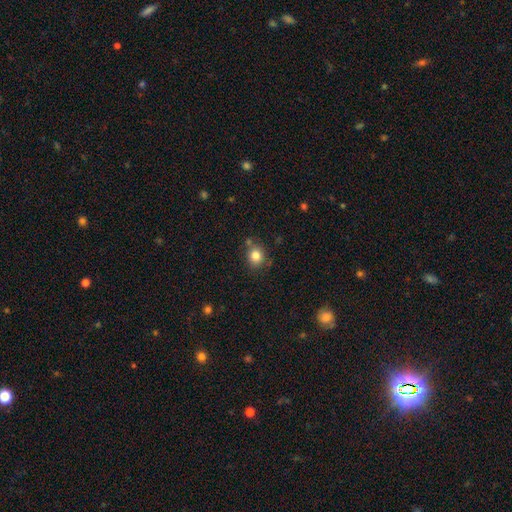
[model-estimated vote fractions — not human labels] A smooth galaxy with no disk features (82%) that is round (78%). Merging: none (77%).